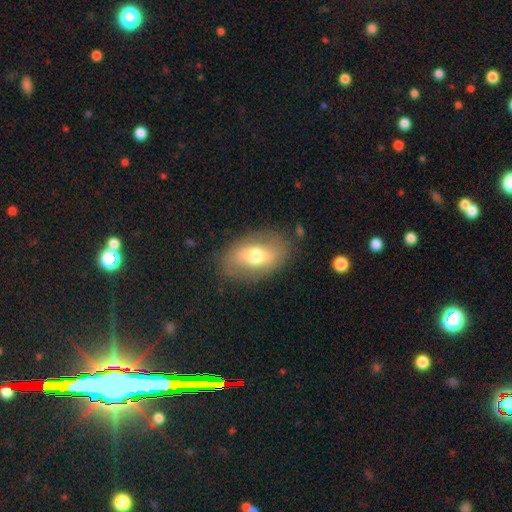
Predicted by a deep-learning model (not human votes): Q: Smooth or featured?
A: smooth (49%); runner-up: featured or disk (44%)
Q: Merging?
A: none (80%); runner-up: minor disturbance (14%)